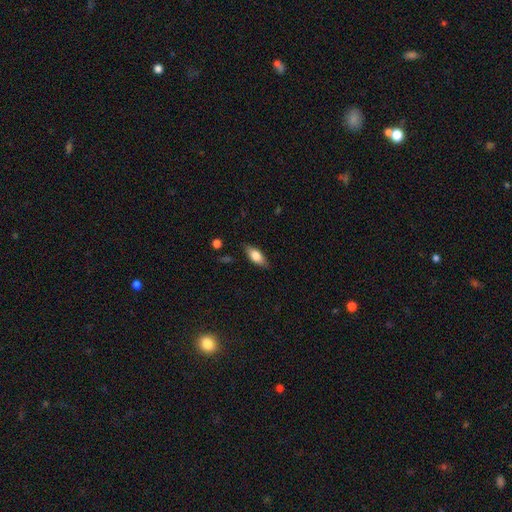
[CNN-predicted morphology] Smooth or featured: smooth — 71% (featured or disk — 22%)
How rounded: in between — 79% (cigar-shaped — 17%)
Merging: none — 83% (minor disturbance — 13%)